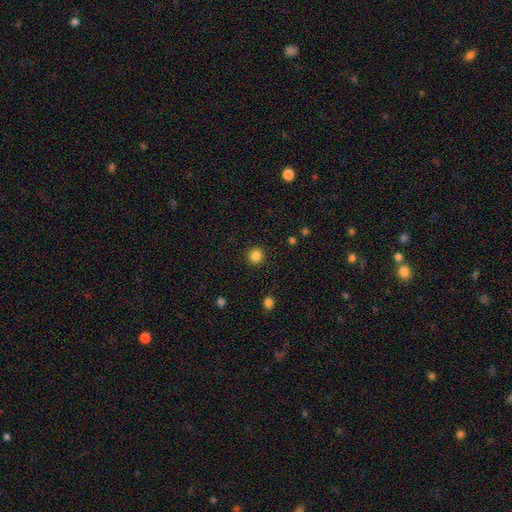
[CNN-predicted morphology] Q: Smooth or featured?
A: smooth (85%); runner-up: star or artifact (12%)
Q: How rounded?
A: round (93%); runner-up: in between (6%)
Q: Merging?
A: none (92%); runner-up: minor disturbance (5%)